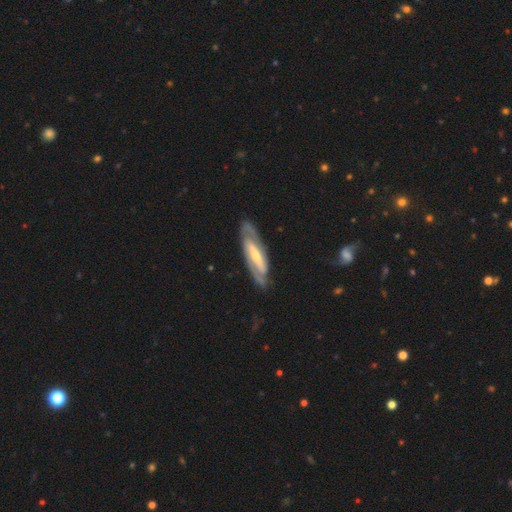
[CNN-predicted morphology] featured or disk 79%, smooth 16%, star or artifact 4%. Down the decision tree: edge-on disk — no (83%); bar — strong (54%); spiral arms — yes (85%); spiral arm count — 2 (80%); spiral winding — tight (46%); bulge size — small (53%); merging — none (76%).